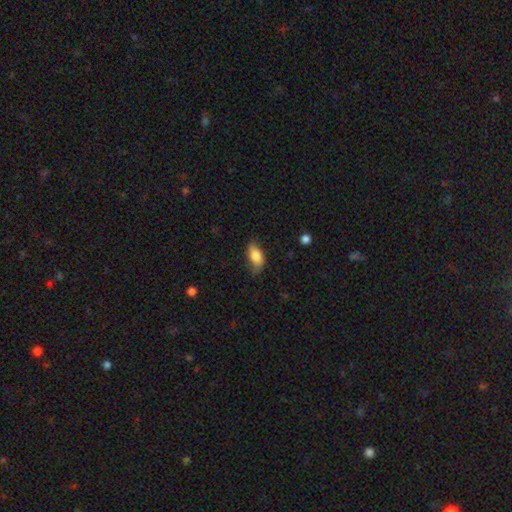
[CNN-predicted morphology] This is clearly a smooth galaxy (81%). How rounded: clearly in between (88%). Merging: likely none (61%).